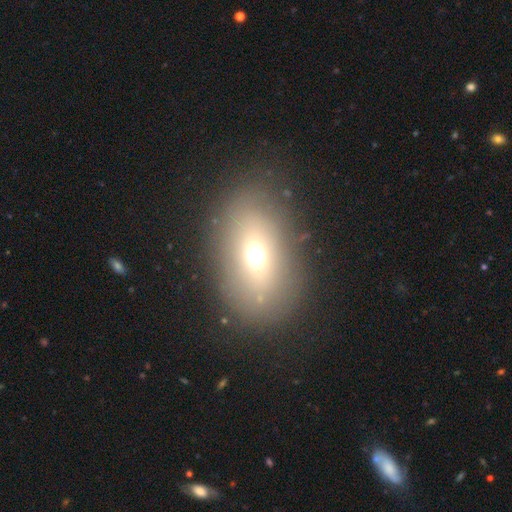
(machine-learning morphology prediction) smooth_or_featured: smooth (p=0.62) [alt: featured or disk p=0.21]
how_rounded: in between (p=0.76) [alt: round p=0.22]
merging: none (p=0.78) [alt: minor disturbance p=0.11]